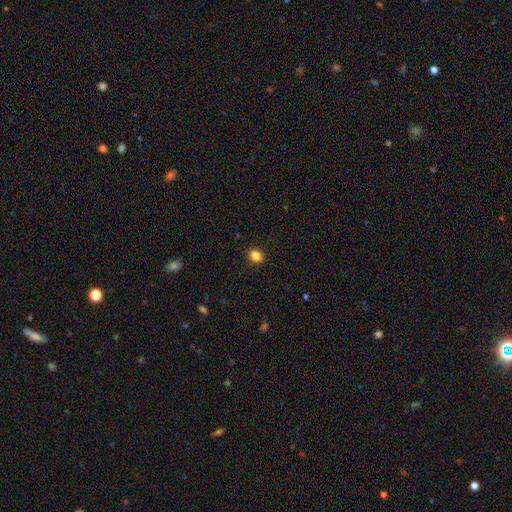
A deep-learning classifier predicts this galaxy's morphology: Smooth or featured? Predicted: smooth (p=0.85). How rounded? Predicted: round (p=0.61). Merging? Predicted: none (p=0.91).